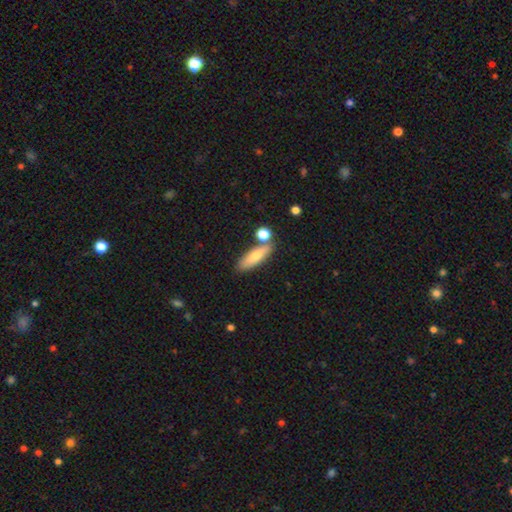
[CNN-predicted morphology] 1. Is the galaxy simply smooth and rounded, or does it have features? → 72% smooth, 21% featured or disk, 7% star or artifact.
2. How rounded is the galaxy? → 48% in between (tied), 48% cigar-shaped (tied), 4% round.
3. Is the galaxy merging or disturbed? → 71% none, 13% merger, 12% minor disturbance, 3% major disturbance.